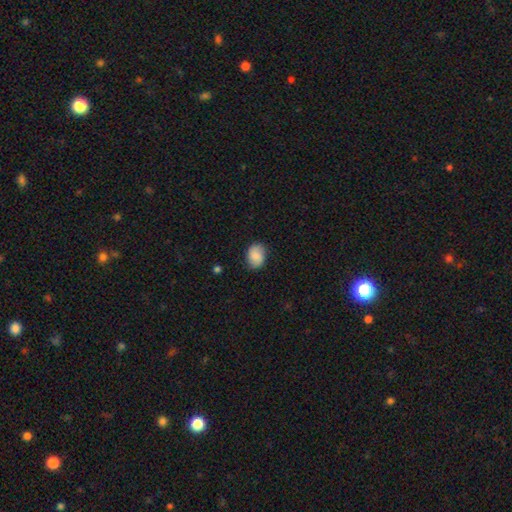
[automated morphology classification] A smooth galaxy with no disk features (80%) that is in between round and cigar-shaped (63%).

Vote fractions:
- Smooth or featured? smooth: 80% / featured or disk: 12% / star or artifact: 8%
- How rounded? in between: 63% / round: 36% / cigar-shaped: 1%
- Merging? none: 77% / minor disturbance: 18% / major disturbance: 4% / merger: 1%